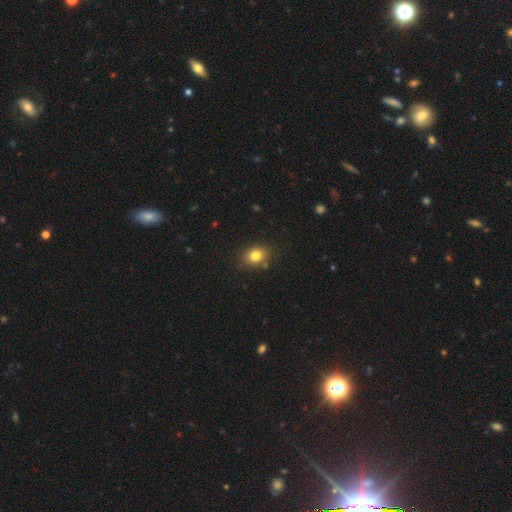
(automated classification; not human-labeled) Morphology: type=smooth (81%); roundness=round (54%); merging=none (81%).